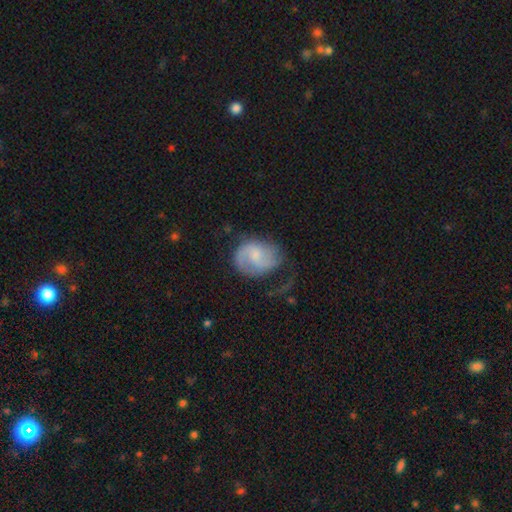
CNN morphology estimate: Smooth or featured: featured or disk — 62% (smooth — 31%)
Edge-on disk: no — 98% (yes — 2%)
Bar: no — 55% (weak — 39%)
Spiral arms: yes — 88% (no — 12%)
Spiral winding: medium — 43% (loose — 32%)
Spiral arm count: 2 — 58% (1 — 19%)
Bulge size: small — 57% (moderate — 27%)
Merging: none — 44% (major disturbance — 27%)